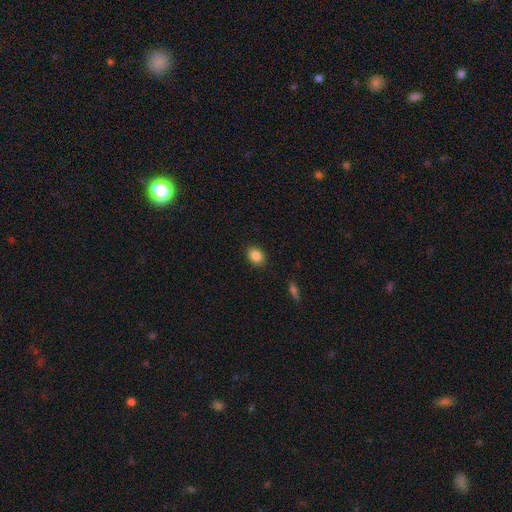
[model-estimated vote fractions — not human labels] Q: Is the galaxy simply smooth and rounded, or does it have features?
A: smooth — 86%.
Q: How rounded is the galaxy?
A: in between — 63%.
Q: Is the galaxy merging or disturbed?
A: none — 88%.